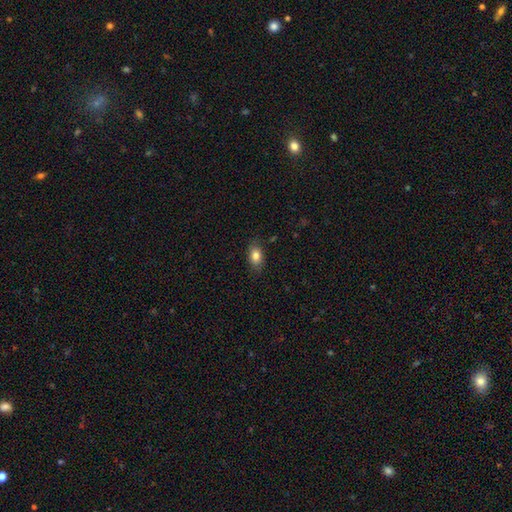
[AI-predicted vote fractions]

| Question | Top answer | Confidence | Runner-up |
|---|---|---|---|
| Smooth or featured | smooth | 82% | featured or disk (10%) |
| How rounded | in between | 84% | round (13%) |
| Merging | none | 81% | minor disturbance (15%) |